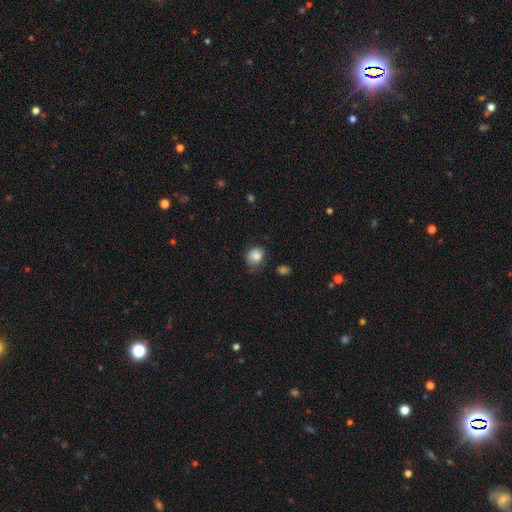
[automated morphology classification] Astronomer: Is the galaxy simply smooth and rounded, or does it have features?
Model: smooth — 83%.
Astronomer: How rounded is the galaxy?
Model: round — 66%.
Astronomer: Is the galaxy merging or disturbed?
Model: none — 62%.